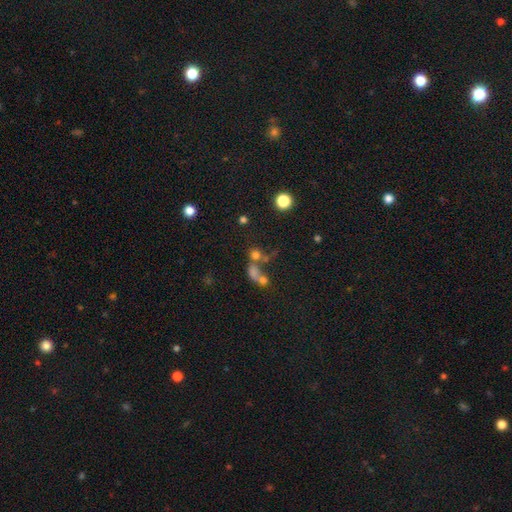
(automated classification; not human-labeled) Morphology: type=smooth (63%); roundness=round (75%); merging=merger (44%).